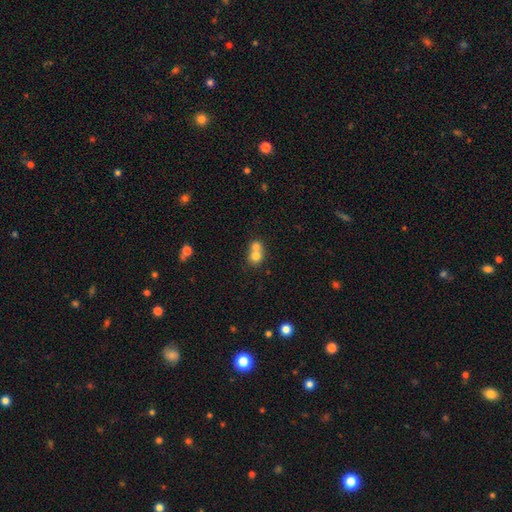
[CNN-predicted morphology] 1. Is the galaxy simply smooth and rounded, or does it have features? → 74% smooth, 15% featured or disk, 10% star or artifact.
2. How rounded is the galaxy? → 77% round, 22% in between, 1% cigar-shaped.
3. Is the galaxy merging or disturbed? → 66% merger, 27% none, 5% minor disturbance, 2% major disturbance.